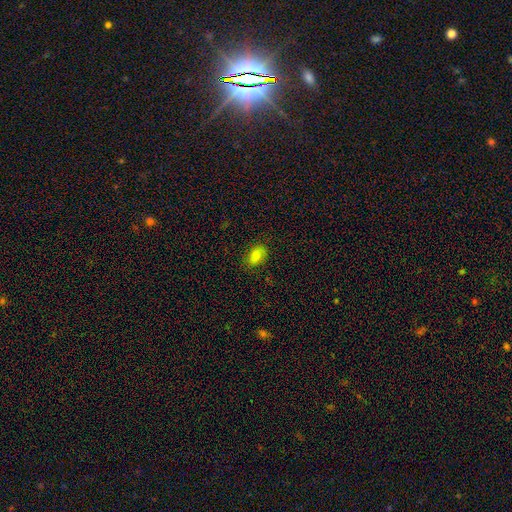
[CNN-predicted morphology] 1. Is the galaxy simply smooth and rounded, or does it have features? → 82% smooth, 10% star or artifact, 8% featured or disk.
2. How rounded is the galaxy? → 85% in between, 13% round, 2% cigar-shaped.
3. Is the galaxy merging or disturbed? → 81% none, 15% minor disturbance, 3% major disturbance, 1% merger.